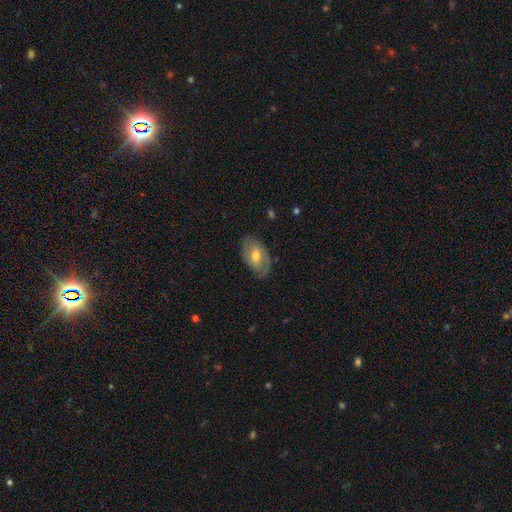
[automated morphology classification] A featured or disk galaxy (52%). Merging: none (75%).